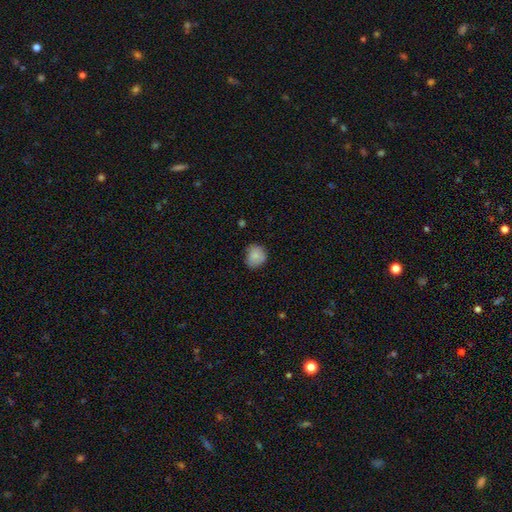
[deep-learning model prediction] Smooth or featured? Predicted: smooth (p=0.84). How rounded? Predicted: round (p=0.76). Merging? Predicted: none (p=0.73).